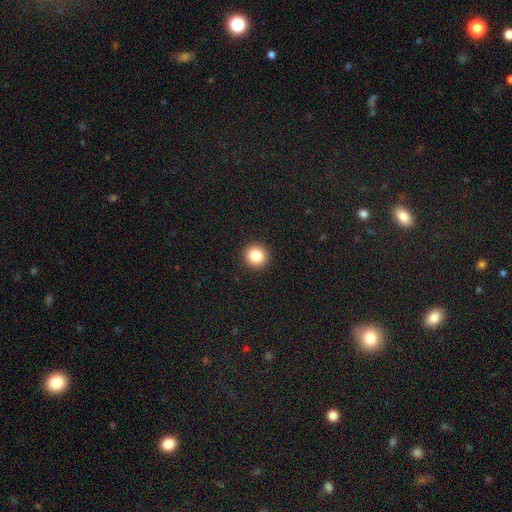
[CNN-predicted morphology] Smooth or featured: smooth — 84% (star or artifact — 11%)
How rounded: round — 94% (in between — 5%)
Merging: none — 93% (minor disturbance — 4%)